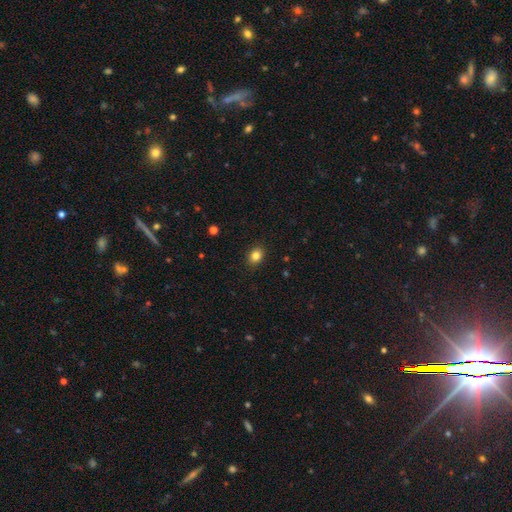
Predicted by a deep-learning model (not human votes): smooth 84%, star or artifact 11%, featured or disk 6%. Down the decision tree: how rounded — in between (55%); merging — none (90%).